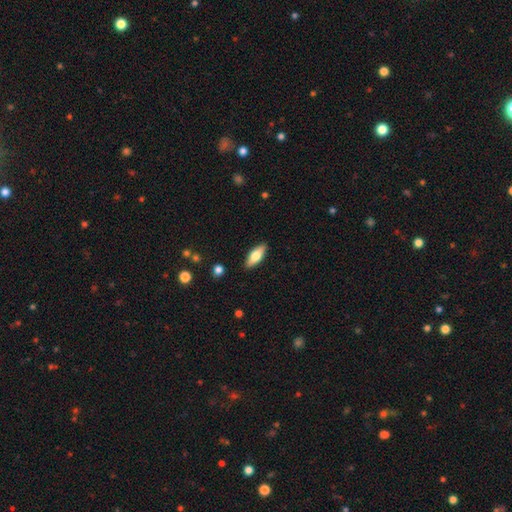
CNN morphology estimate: The model was most divided on "smooth or featured": smooth: 67%, featured or disk: 27%, star or artifact: 6%. More confident: merging — none (89%); how rounded — in between (72%).